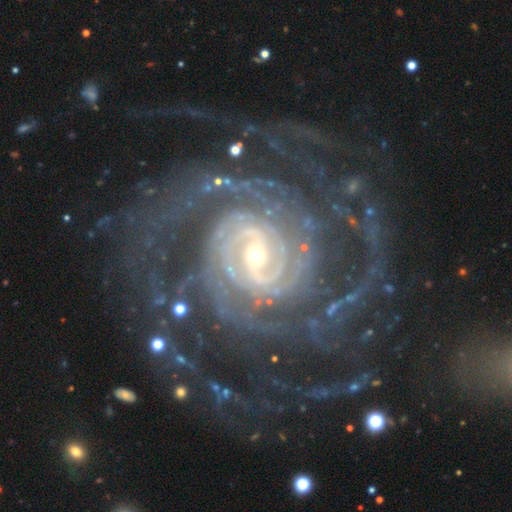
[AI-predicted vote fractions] Overall: featured or disk (93%). Edge-on disk: no (98%). Bar: weak (44%; no 30%). Spiral arms: yes (99%). Spiral arm count: 2 (21%; 4 19%). Spiral winding: tight (73%). Bulge size: small (62%; moderate 32%). Merging: none (71%).